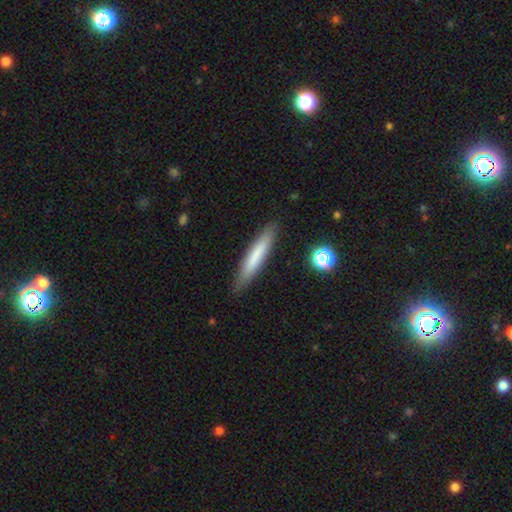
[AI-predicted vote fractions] Q: Smooth or featured?
A: smooth (70%); runner-up: featured or disk (23%)
Q: How rounded?
A: cigar-shaped (91%); runner-up: in between (8%)
Q: Merging?
A: none (86%); runner-up: minor disturbance (10%)